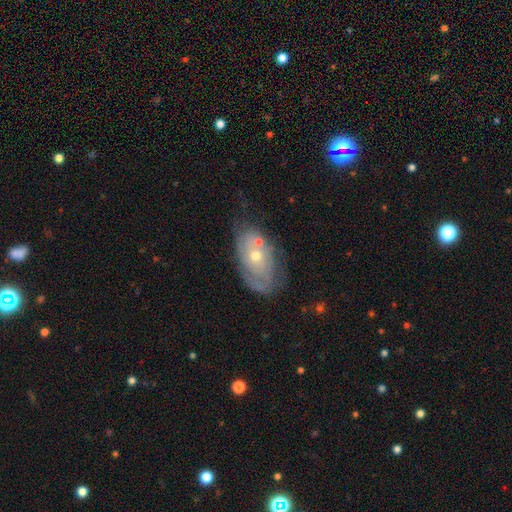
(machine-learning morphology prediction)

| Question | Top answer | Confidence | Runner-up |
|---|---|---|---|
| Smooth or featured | featured or disk | 68% | smooth (23%) |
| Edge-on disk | no | 93% | yes (7%) |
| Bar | no | 83% | weak (14%) |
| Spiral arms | yes | 68% | no (32%) |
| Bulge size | small | 51% | moderate (46%) |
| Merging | none | 53% | minor disturbance (25%) |